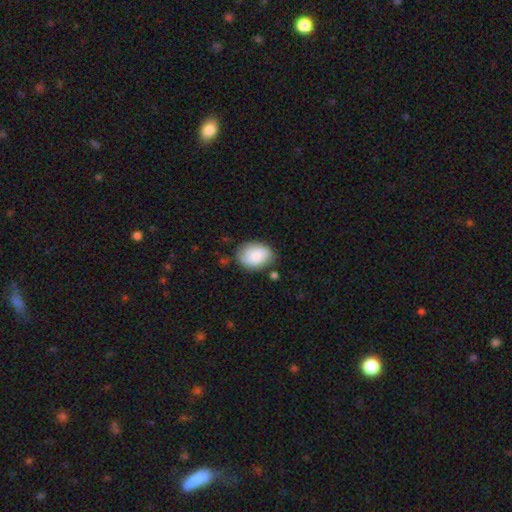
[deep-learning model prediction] The model was most divided on "how rounded": in between: 68%, round: 31%, cigar-shaped: 1%. More confident: smooth or featured — smooth (72%); merging — none (68%).